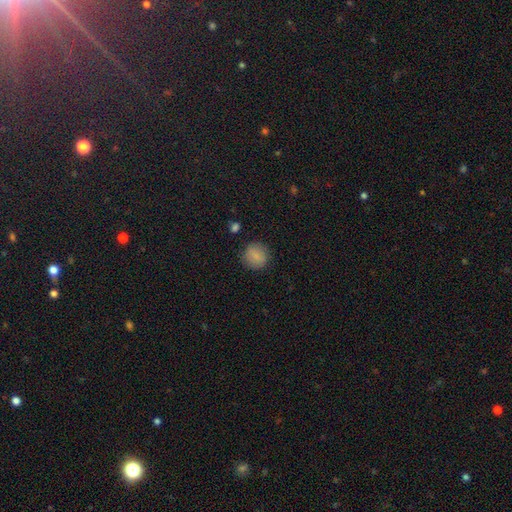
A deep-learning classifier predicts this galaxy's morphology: Smooth or featured? Predicted: smooth (p=0.81). How rounded? Predicted: round (p=0.87). Merging? Predicted: none (p=0.85).